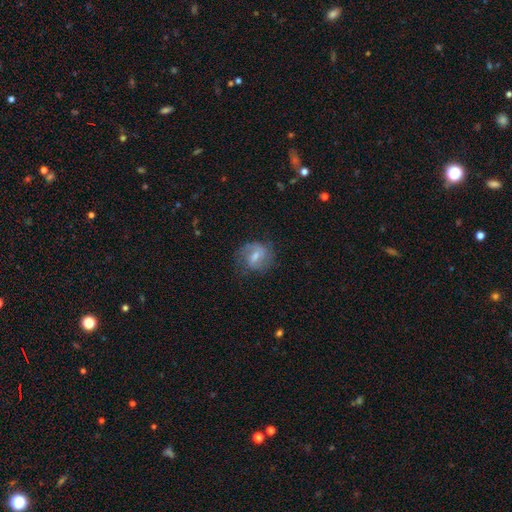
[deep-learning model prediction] Smooth or featured? featured or disk (59%)
Edge-on disk? no (97%)
Bar? weak (57%)
Spiral arms? yes (84%)
Bulge size? moderate (49%)
Merging? none (63%)